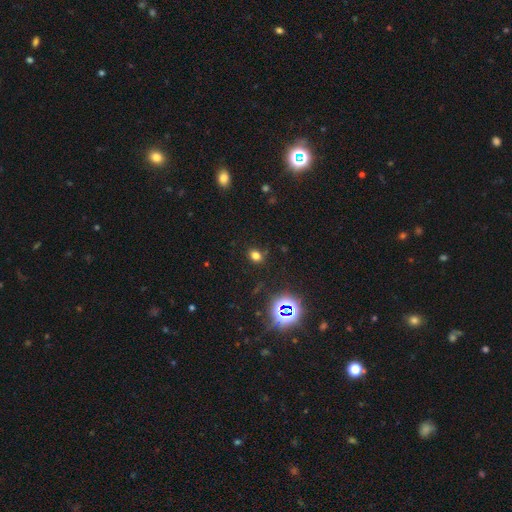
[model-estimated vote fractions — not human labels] A smooth galaxy with no disk features (69%) that is in between round and cigar-shaped (55%). Merging: none (83%).